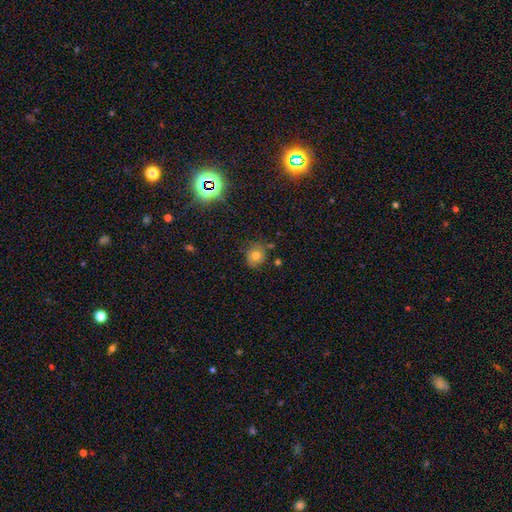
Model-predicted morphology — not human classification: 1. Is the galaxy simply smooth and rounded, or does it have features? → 72% smooth, 15% star or artifact, 13% featured or disk.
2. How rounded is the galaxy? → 76% round, 23% in between, 1% cigar-shaped.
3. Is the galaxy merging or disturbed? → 75% none, 16% minor disturbance, 5% merger, 4% major disturbance.